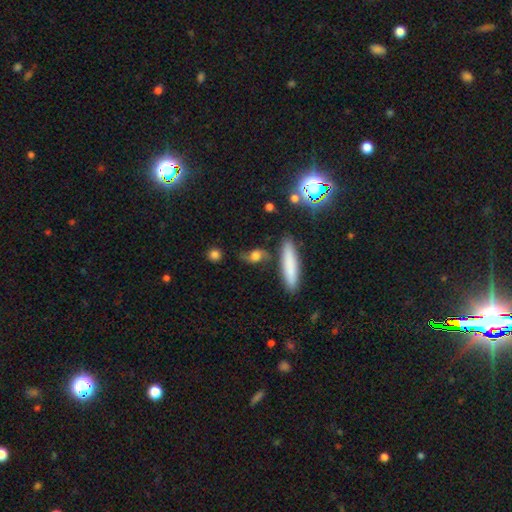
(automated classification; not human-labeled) Smooth or featured? Predicted: smooth (p=0.49). Merging? Predicted: none (p=0.62).